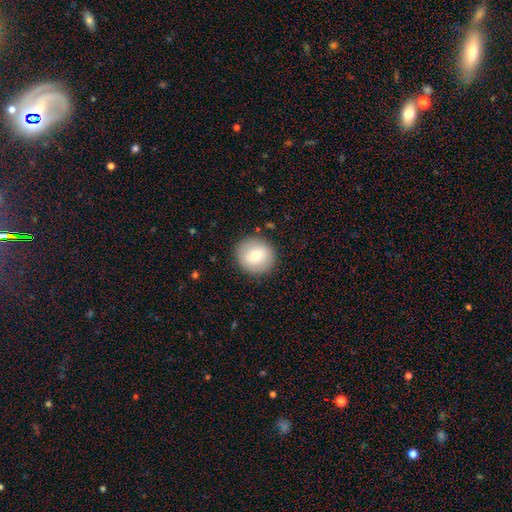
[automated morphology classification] This is likely a smooth galaxy (75%). How rounded: clearly round (92%). Merging: clearly none (89%).